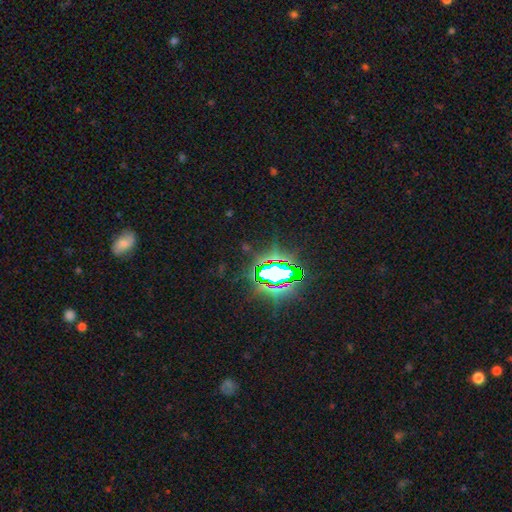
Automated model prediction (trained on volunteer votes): Q: Smooth or featured?
A: star or artifact (83%); runner-up: smooth (10%)